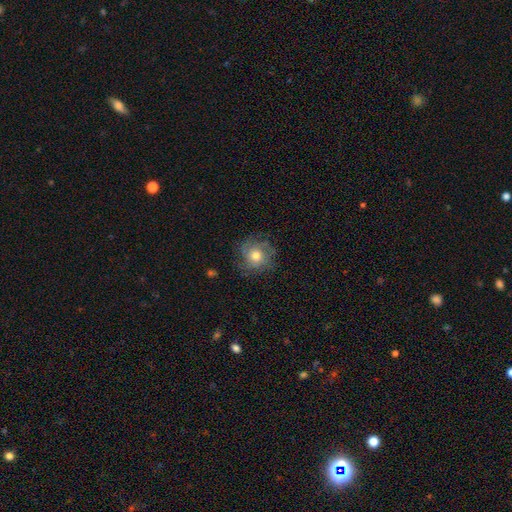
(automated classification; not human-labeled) This appears to be a featured or disk galaxy (52%) with no bar (84%), spiral arms (81%) and a moderate central bulge (68%). Merging: none (74%).